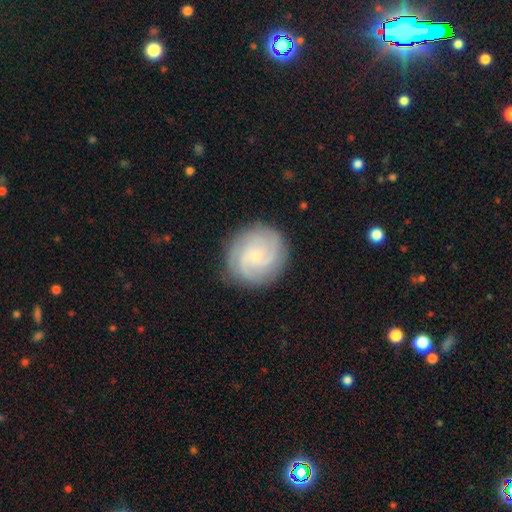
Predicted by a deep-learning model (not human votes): smooth-or-featured: featured or disk: 78% | smooth: 15% | star or artifact: 6%
  disk-edge-on: no: 98% | yes: 2%
    bar: no: 72% | weak: 24% | strong: 4%
    has-spiral-arms: yes: 97% | no: 3%
      spiral-winding: tight: 63% | medium: 31% | loose: 6%
      spiral-arm-count: 3: 39% | 2: 18% | can't tell: 17% | 4: 14% | more than 4: 6% | 1: 6%
    bulge-size: small: 82% | moderate: 12% | none: 4% | large: 1% | dominant: 1%
  merging: none: 87% | minor disturbance: 9% | major disturbance: 3% | merger: 1%